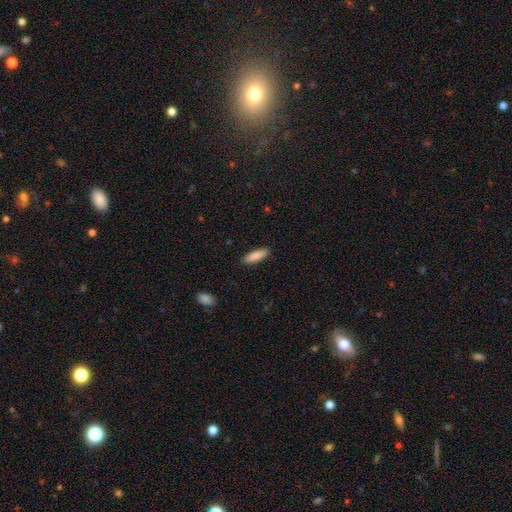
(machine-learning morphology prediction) This appears to be a smooth galaxy with no disk features (86%) that is cigar-shaped (58%). Merging: none (89%).